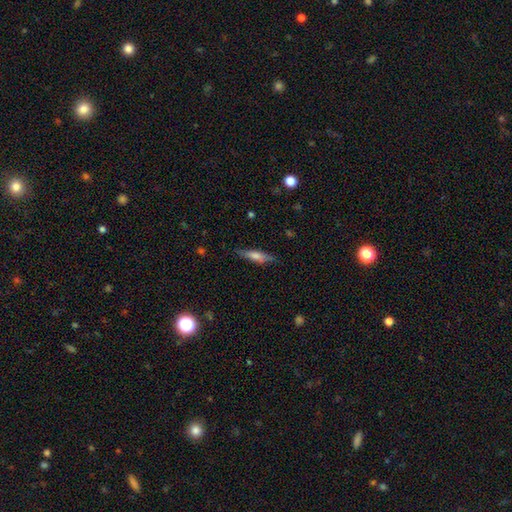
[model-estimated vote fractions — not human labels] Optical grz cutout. It shows a smooth galaxy with no disk features (61%) that is cigar-shaped (73%). Merging: none (81%).